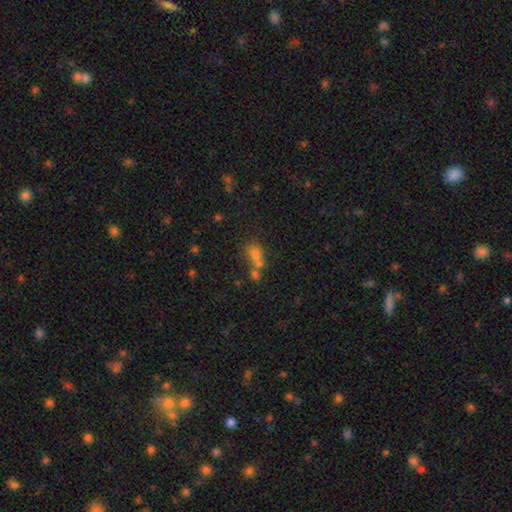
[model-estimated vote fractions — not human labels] smooth 67%, star or artifact 19%, featured or disk 14%. Down the decision tree: how rounded — in between (69%); merging — merger (46%).